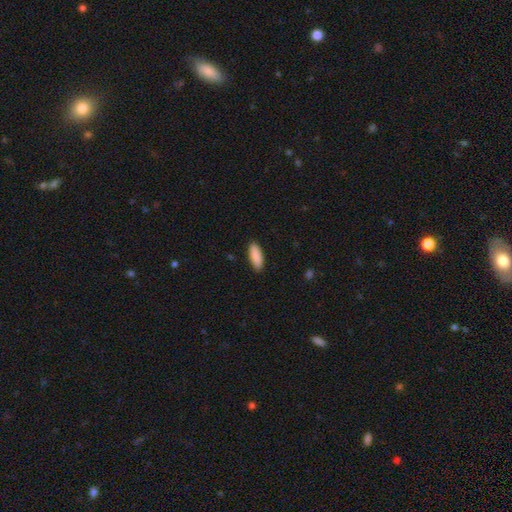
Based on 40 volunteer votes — Smooth or featured? smooth (98%)
How rounded? in between (69%)
Merging? none (92%)